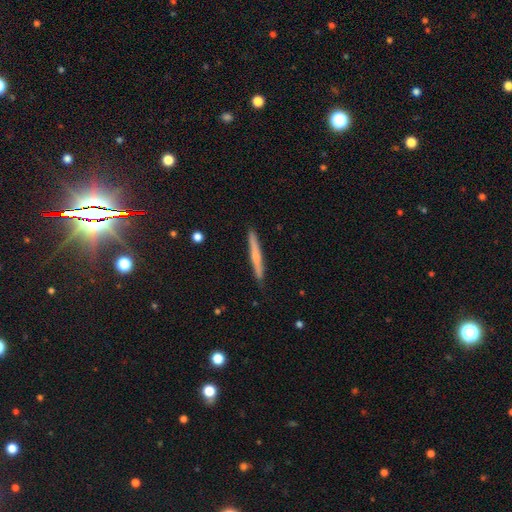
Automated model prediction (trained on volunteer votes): A smooth galaxy with no disk features (49%).

Vote fractions:
- Smooth or featured? smooth: 49% / featured or disk: 45% / star or artifact: 6%
- Merging? none: 90% / minor disturbance: 8% / major disturbance: 1% / merger: 1%